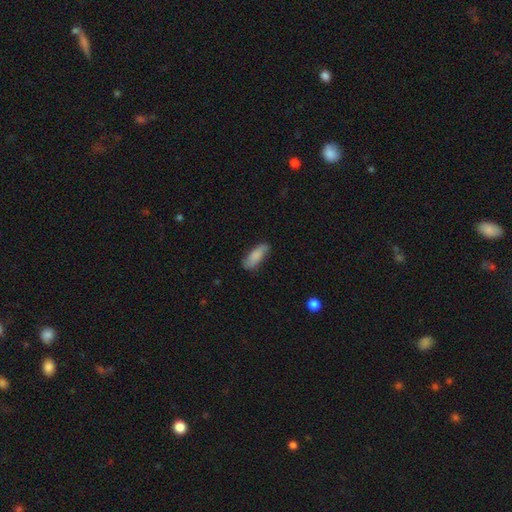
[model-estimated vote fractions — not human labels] Smooth or featured? Predicted: smooth (p=0.80). How rounded? Predicted: in between (p=0.68). Merging? Predicted: none (p=0.75).